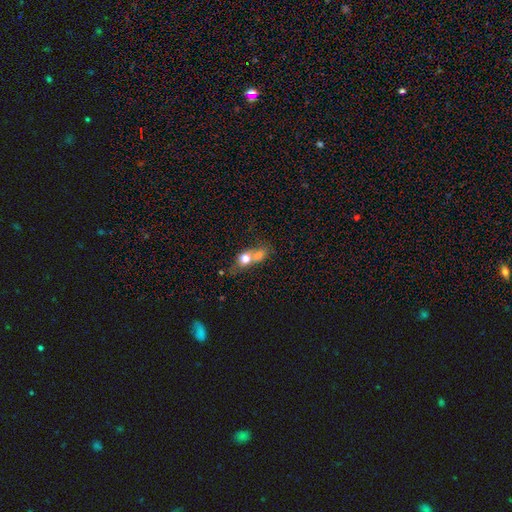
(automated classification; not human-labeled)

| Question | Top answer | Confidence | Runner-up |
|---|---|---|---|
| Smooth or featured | smooth | 62% | featured or disk (25%) |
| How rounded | in between | 46% | round (43%) |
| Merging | merger | 56% | none (26%) |